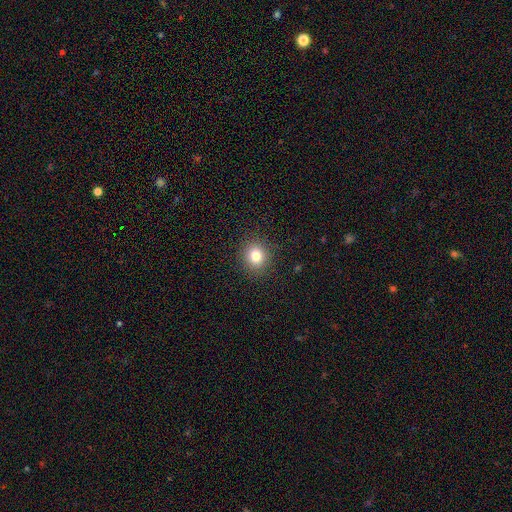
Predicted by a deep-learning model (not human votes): smooth_or_featured: smooth (p=0.80) [alt: star or artifact p=0.13]
how_rounded: round (p=0.84) [alt: in between p=0.15]
merging: none (p=0.90) [alt: minor disturbance p=0.06]